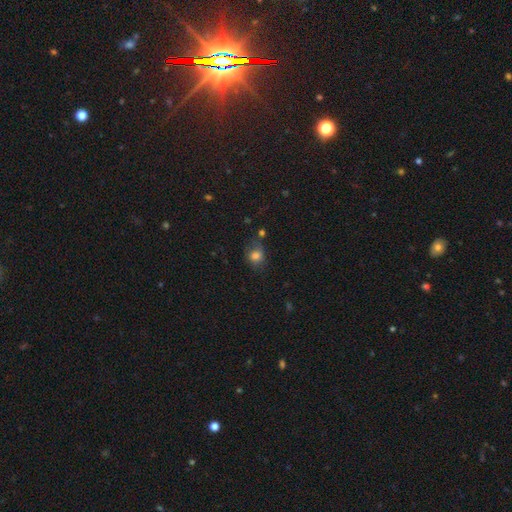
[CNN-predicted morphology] The model was most divided on "how rounded": round: 62%, in between: 37%, cigar-shaped: 1%. More confident: smooth or featured — smooth (80%); merging — none (63%).